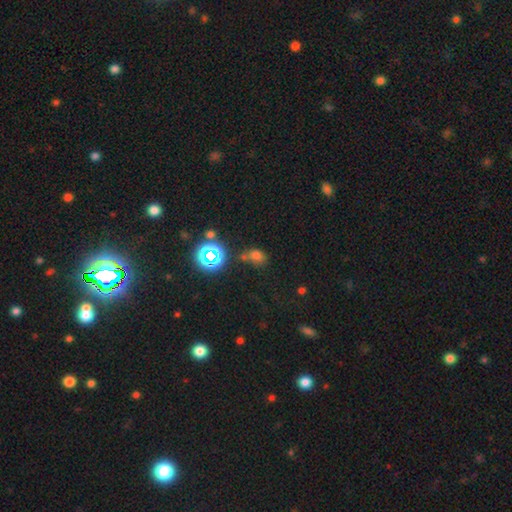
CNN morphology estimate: A smooth galaxy with no disk features (60%) that is in between round and cigar-shaped (62%). Merging: none (49%).